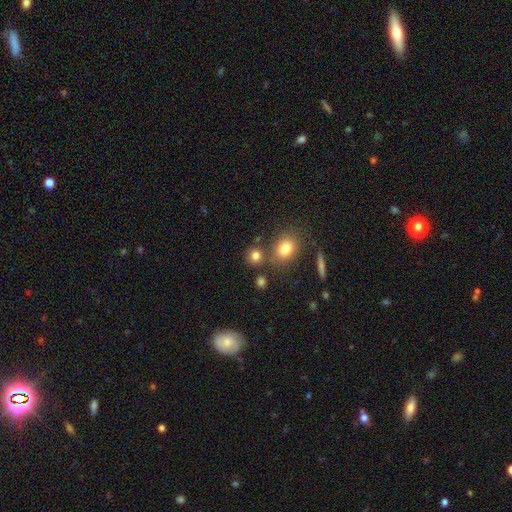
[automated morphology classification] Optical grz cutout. It shows a smooth galaxy with no disk features (78%) that is round (79%). Merging: none (71%).